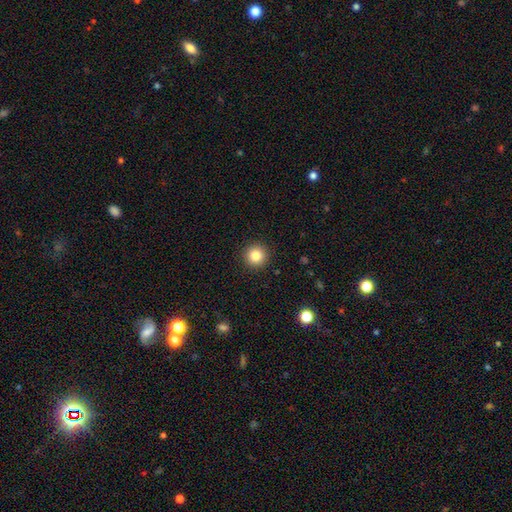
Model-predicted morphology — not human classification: This appears to be a smooth galaxy with no disk features (84%) that is round (96%). Merging: none (93%).